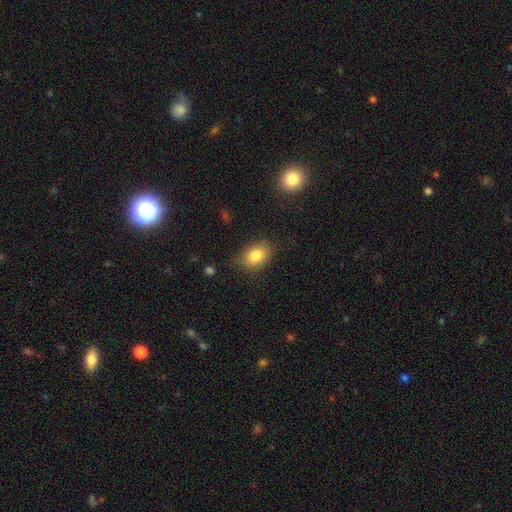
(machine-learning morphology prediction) This is clearly a smooth galaxy (81%). How rounded: likely in between (77%). Merging: likely none (78%).